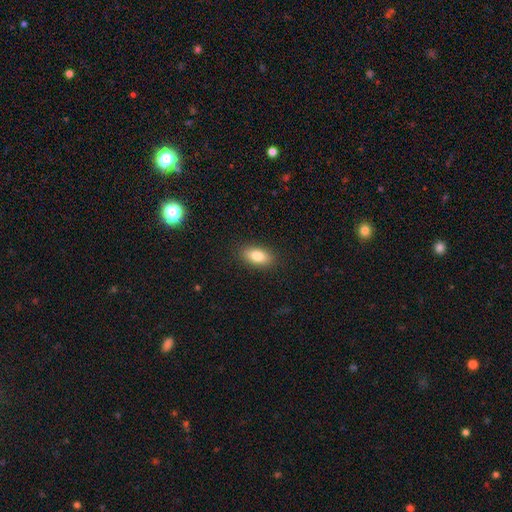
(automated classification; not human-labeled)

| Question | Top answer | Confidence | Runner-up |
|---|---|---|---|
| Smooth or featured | smooth | 82% | featured or disk (9%) |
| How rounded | in between | 90% | round (6%) |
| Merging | none | 89% | minor disturbance (8%) |